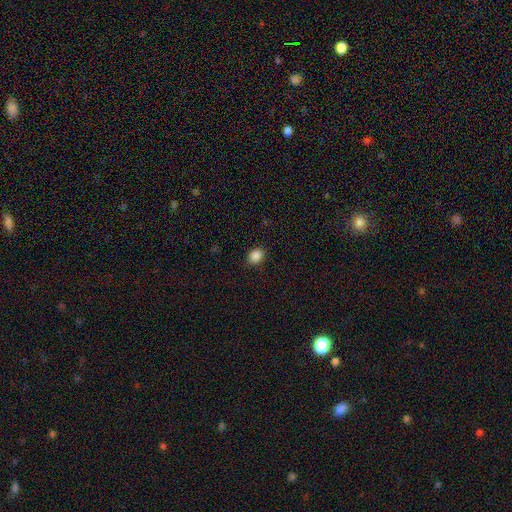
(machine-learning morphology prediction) This is clearly a smooth galaxy (87%). How rounded: possibly in between (50%). Merging: clearly none (87%).